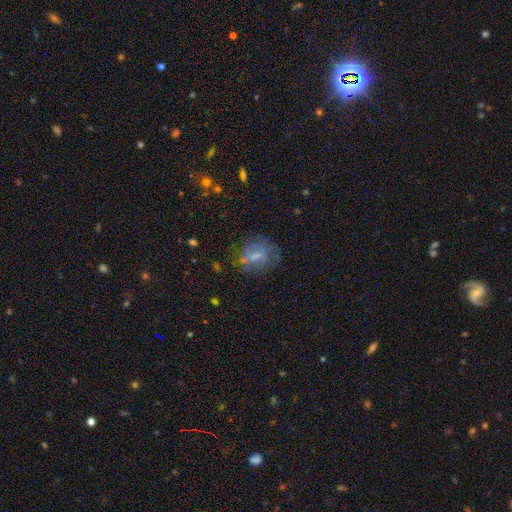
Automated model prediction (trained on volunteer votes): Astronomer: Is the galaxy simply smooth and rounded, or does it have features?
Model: smooth — 55% (runner-up: featured or disk, 34%).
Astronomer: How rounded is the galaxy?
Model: round — 55% (runner-up: in between, 42%).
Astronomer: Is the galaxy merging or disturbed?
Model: none — 59%.